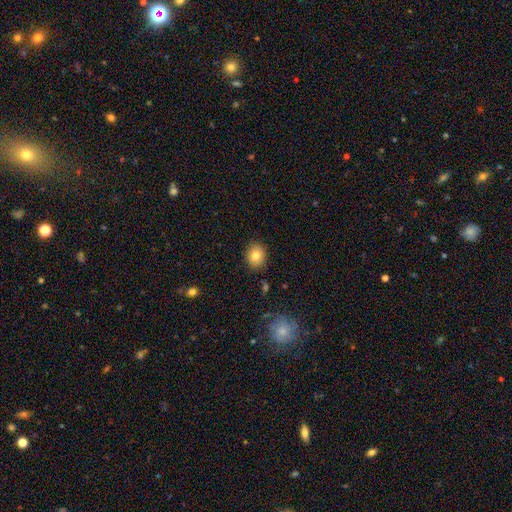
Smooth or featured: smooth — 84% (featured or disk — 13%)
How rounded: round — 78% (in between — 22%)
Merging: none — 89% (minor disturbance — 11%)